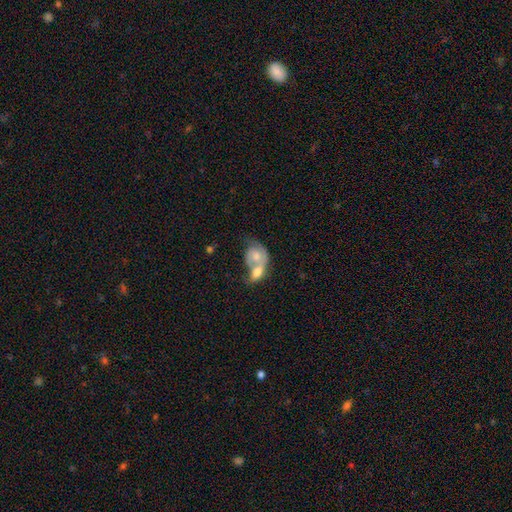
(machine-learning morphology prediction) Smooth or featured?
  - smooth: 57% *
  - featured or disk: 37%
  - star or artifact: 6%
How rounded?
  - in between: 61% *
  - round: 37%
  - cigar-shaped: 2%
Merging?
  - merger: 76% *
  - none: 11%
  - major disturbance: 7%
  - minor disturbance: 6%